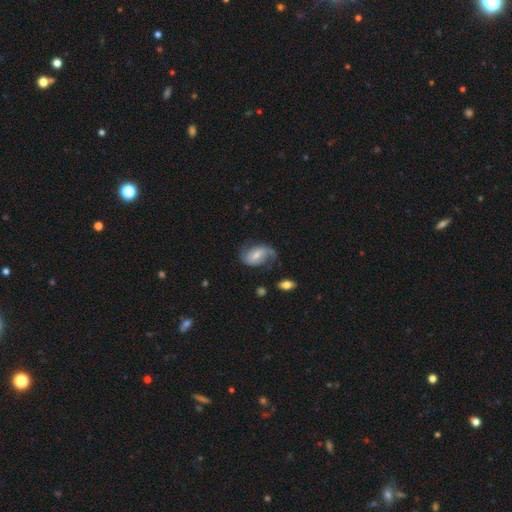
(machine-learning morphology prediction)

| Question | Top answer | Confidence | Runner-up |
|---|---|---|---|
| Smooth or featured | featured or disk | 72% | smooth (21%) |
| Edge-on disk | no | 97% | yes (3%) |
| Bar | weak | 45% | no (31%) |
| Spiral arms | yes | 90% | no (10%) |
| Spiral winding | loose | 42% | medium (40%) |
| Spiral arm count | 2 | 76% | 1 (13%) |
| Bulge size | small | 46% | moderate (45%) |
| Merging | none | 60% | minor disturbance (23%) |